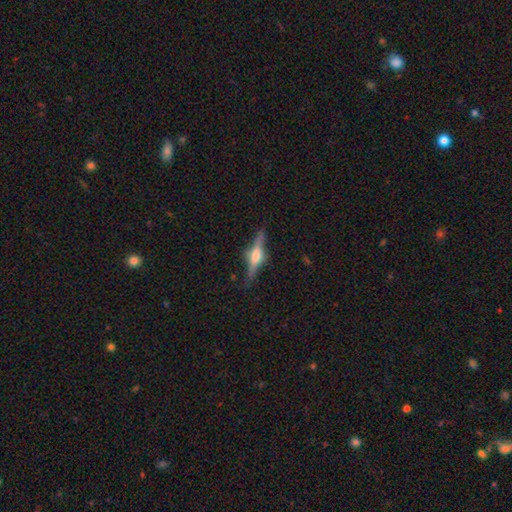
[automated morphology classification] This appears to be a featured or disk galaxy (71%) viewed edge-on (97%) with a rounded central bulge (82%). Merging: none (83%).